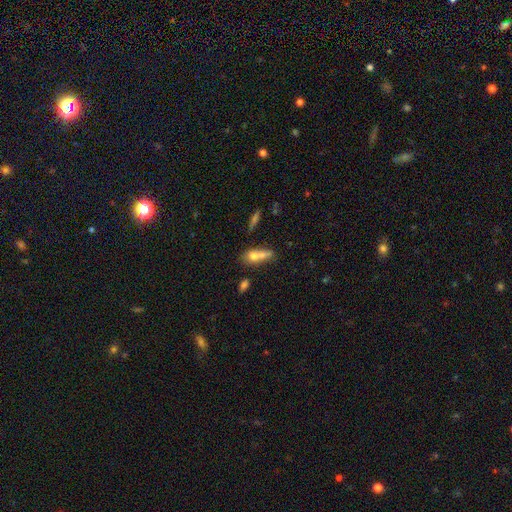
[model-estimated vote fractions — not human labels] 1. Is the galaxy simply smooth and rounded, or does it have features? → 65% smooth, 25% featured or disk, 10% star or artifact.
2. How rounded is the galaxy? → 57% in between, 27% cigar-shaped, 16% round.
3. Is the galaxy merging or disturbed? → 46% merger, 29% none, 15% minor disturbance, 10% major disturbance.